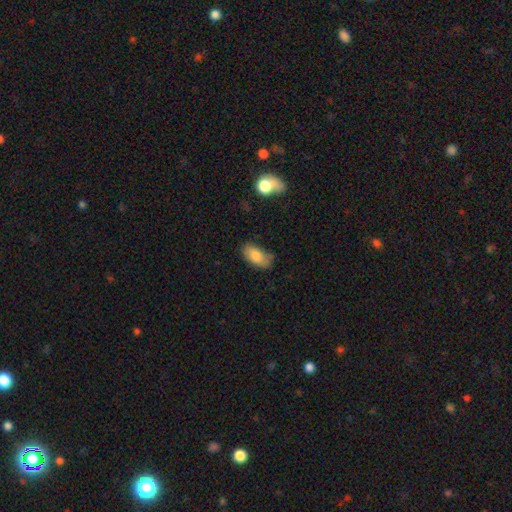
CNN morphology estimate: type=smooth (79%); roundness=in between (93%); merging=none (67%).